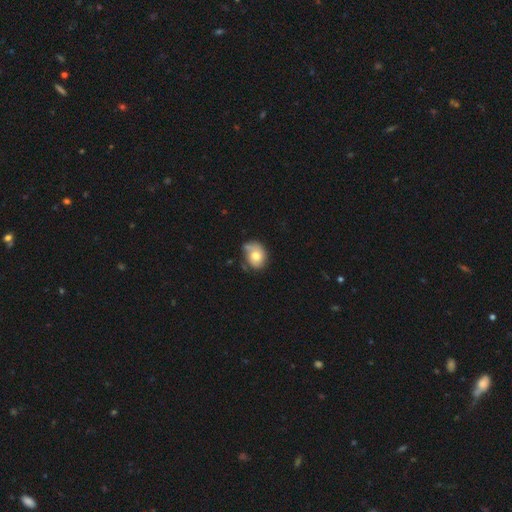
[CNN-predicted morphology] This appears to be a smooth galaxy with no disk features (67%) that is round (53%). Merging: none (47%).